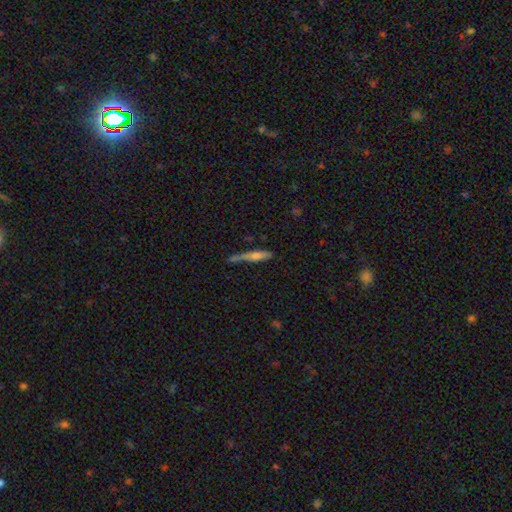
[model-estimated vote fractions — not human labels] smooth 46%, featured or disk 44%, star or artifact 9%. Down the decision tree: merging — none (57%).